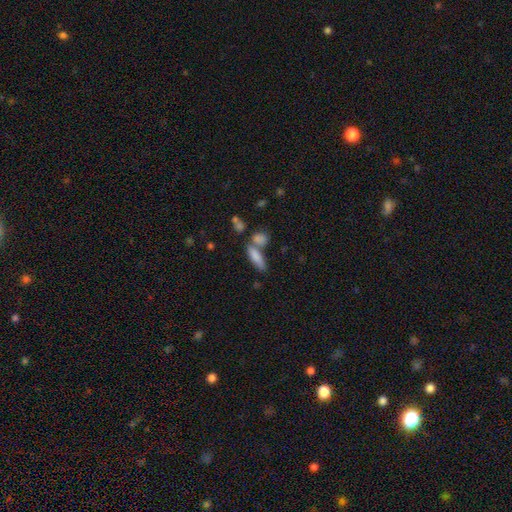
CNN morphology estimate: A smooth galaxy with no disk features (80%) that is in between round and cigar-shaped (49%).

Vote fractions:
- Smooth or featured? smooth: 80% / featured or disk: 12% / star or artifact: 8%
- How rounded? in between: 49% / cigar-shaped: 47% / round: 4%
- Merging? none: 51% / merger: 32% / minor disturbance: 12% / major disturbance: 5%